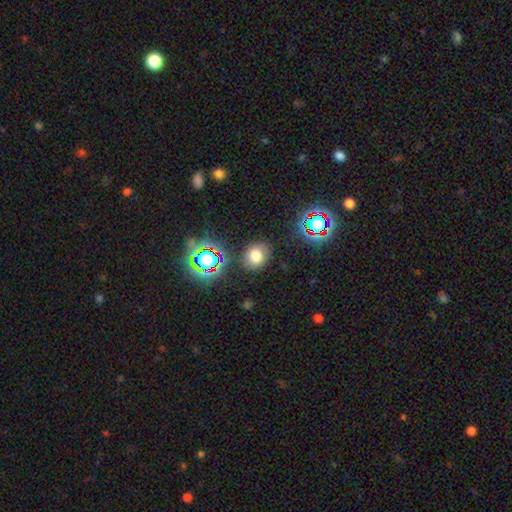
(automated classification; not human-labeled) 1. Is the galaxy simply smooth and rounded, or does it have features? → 70% smooth, 19% star or artifact, 11% featured or disk.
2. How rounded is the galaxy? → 60% round, 38% in between, 1% cigar-shaped.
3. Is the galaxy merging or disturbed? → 82% none, 11% minor disturbance, 4% major disturbance, 3% merger.